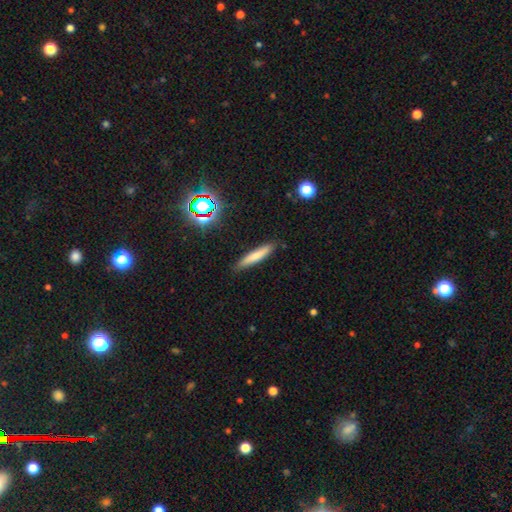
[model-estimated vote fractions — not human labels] Overall: smooth (71%). How rounded: cigar-shaped (89%). Merging: none (87%).